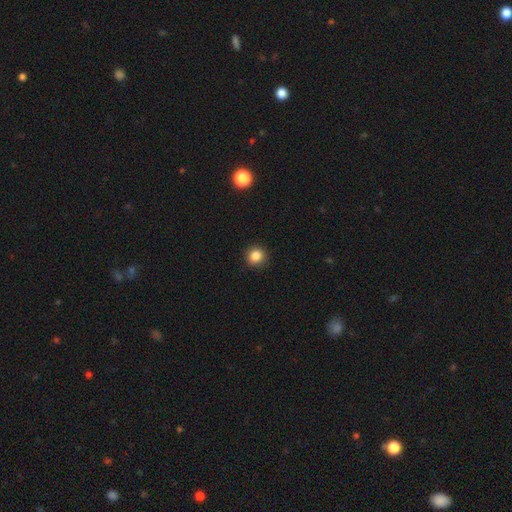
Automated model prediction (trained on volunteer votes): smooth-or-featured: smooth: 85% | star or artifact: 11% | featured or disk: 4%
  how-rounded: round: 90% | in between: 10% | cigar-shaped: 1%
  merging: none: 90% | minor disturbance: 7% | major disturbance: 2% | merger: 1%